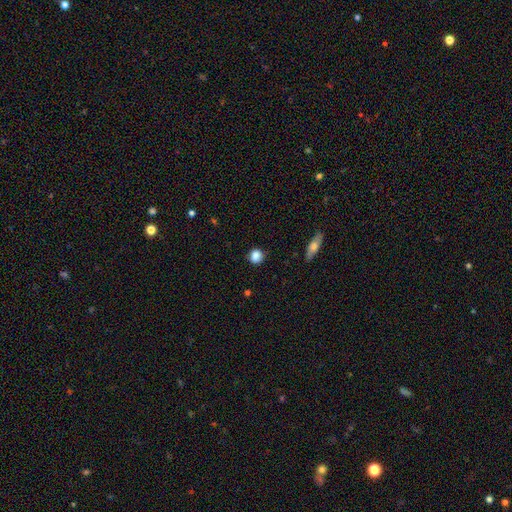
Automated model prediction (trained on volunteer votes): smooth-or-featured: smooth: 86% | star or artifact: 9% | featured or disk: 5%
  how-rounded: round: 85% | in between: 13% | cigar-shaped: 2%
  merging: none: 87% | minor disturbance: 9% | major disturbance: 2% | merger: 1%